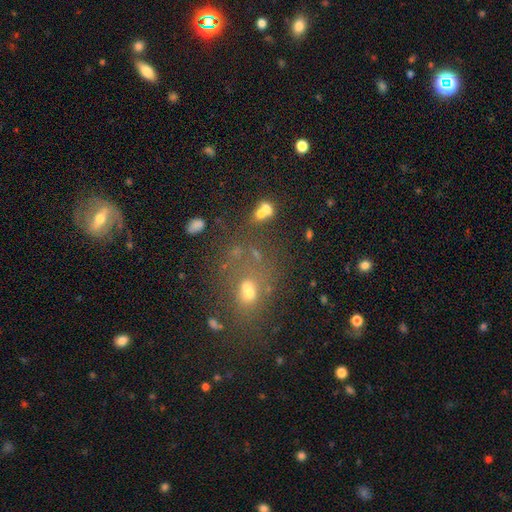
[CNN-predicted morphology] This is possibly a smooth galaxy (50%). Merging: possibly none (55%).